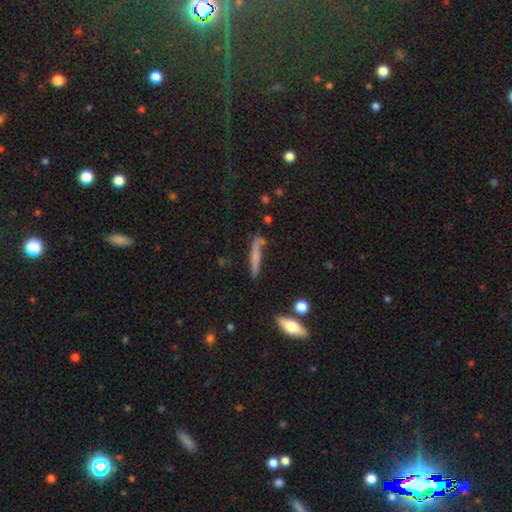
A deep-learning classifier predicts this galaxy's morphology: This is possibly a smooth galaxy (54%). How rounded: clearly cigar-shaped (91%). Merging: likely none (70%).